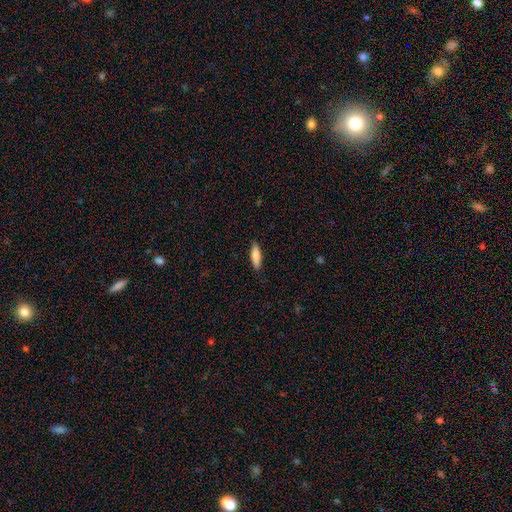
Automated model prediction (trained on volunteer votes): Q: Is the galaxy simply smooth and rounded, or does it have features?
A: smooth — 79%.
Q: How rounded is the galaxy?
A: cigar-shaped — 57%.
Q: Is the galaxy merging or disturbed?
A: none — 88%.